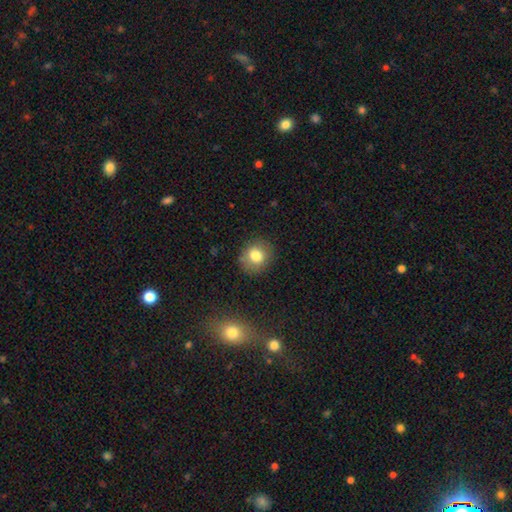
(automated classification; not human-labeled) Smooth or featured? Predicted: smooth (p=0.79). How rounded? Predicted: round (p=0.79). Merging? Predicted: none (p=0.85).